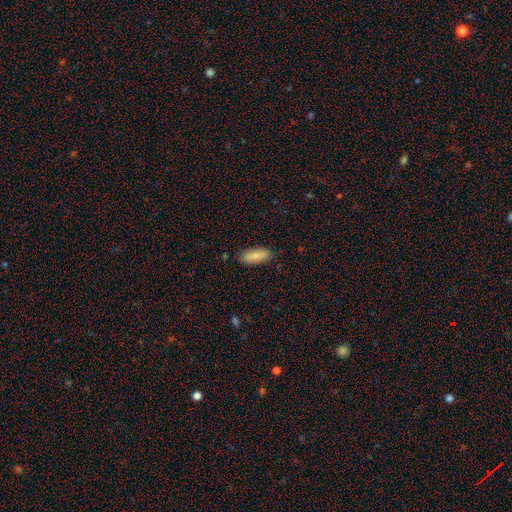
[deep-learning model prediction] smooth_or_featured: smooth (p=0.83) [alt: featured or disk p=0.11]
how_rounded: in between (p=0.71) [alt: cigar-shaped p=0.27]
merging: none (p=0.85) [alt: minor disturbance p=0.11]